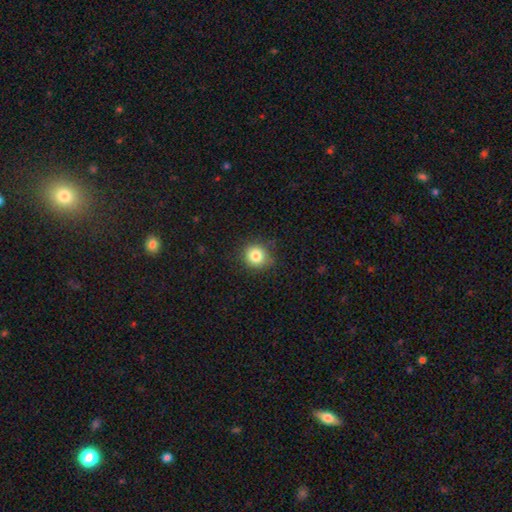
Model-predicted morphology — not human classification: A smooth galaxy with no disk features (82%) that is round (89%). Merging: none (84%).